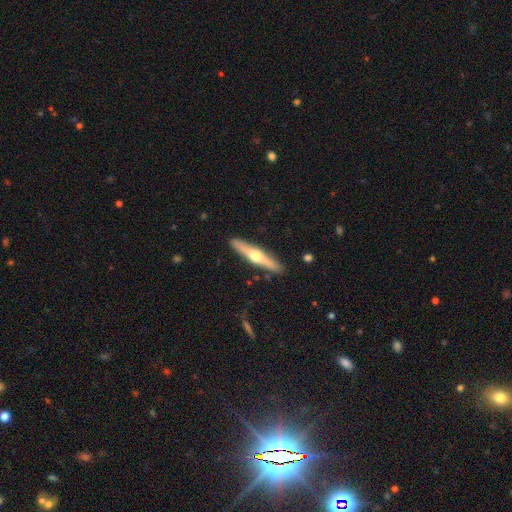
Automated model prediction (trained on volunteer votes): Overall: featured or disk (59%; smooth 36%). Edge-on disk: yes (95%). Edge-on bulge: rounded (93%). Merging: none (90%).